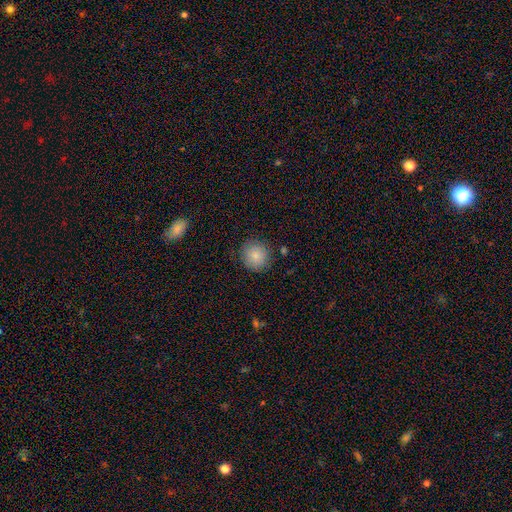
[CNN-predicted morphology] A smooth galaxy with no disk features (84%) that is round (92%).

Vote fractions:
- Smooth or featured? smooth: 84% / star or artifact: 9% / featured or disk: 7%
- How rounded? round: 92% / in between: 7% / cigar-shaped: 1%
- Merging? none: 86% / minor disturbance: 10% / major disturbance: 3% / merger: 2%